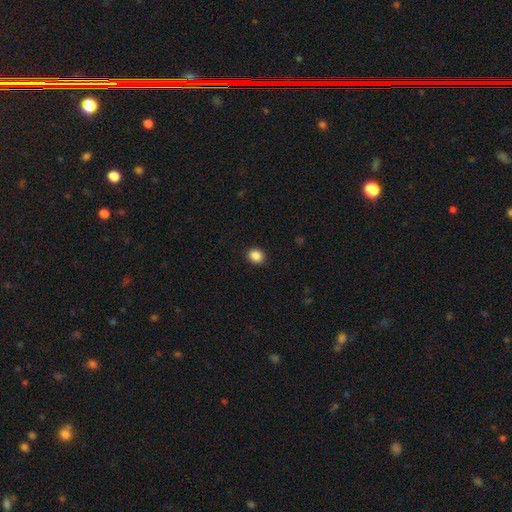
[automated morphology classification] The model was most divided on "how rounded": round: 78%, in between: 21%, cigar-shaped: 1%. More confident: merging — none (92%); smooth or featured — smooth (87%).